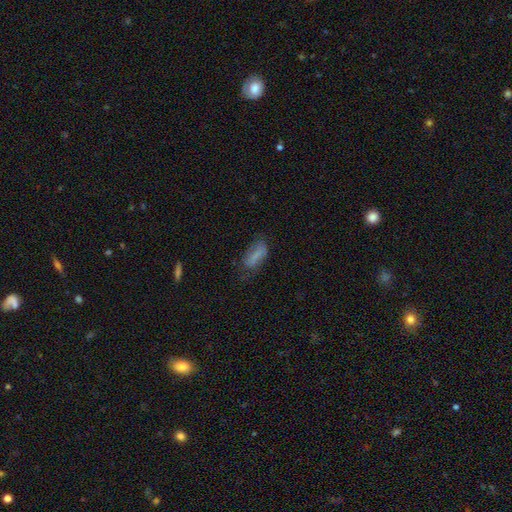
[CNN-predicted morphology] smooth 70%, featured or disk 20%, star or artifact 10%. Down the decision tree: how rounded — in between (70%); merging — none (54%).